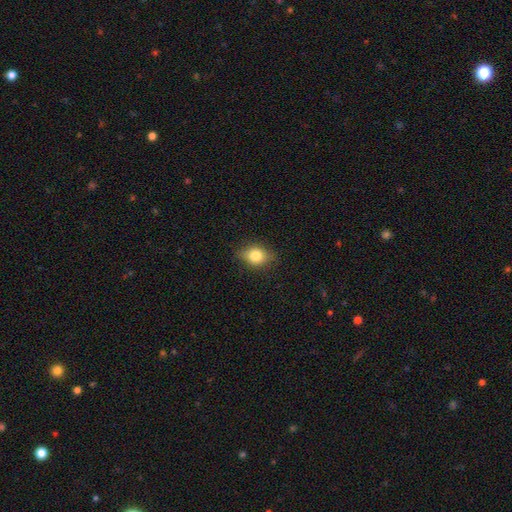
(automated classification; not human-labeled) smooth-or-featured: smooth: 78% | featured or disk: 11% | star or artifact: 10%
  how-rounded: in between: 52% | round: 46% | cigar-shaped: 2%
  merging: none: 80% | minor disturbance: 16% | major disturbance: 3% | merger: 1%